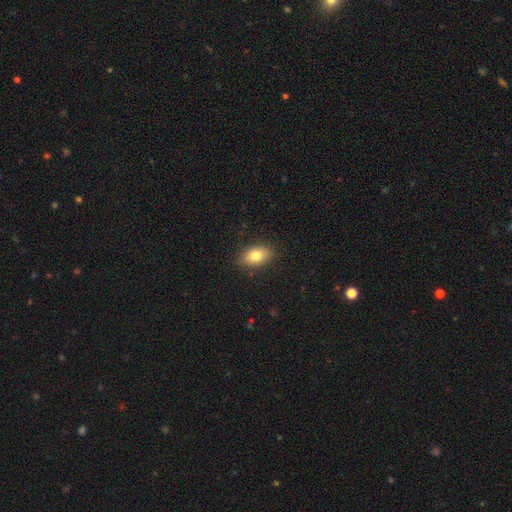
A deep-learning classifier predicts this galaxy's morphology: The model was most divided on "smooth or featured": smooth: 80%, featured or disk: 11%, star or artifact: 8%. More confident: merging — none (87%); how rounded — in between (87%).